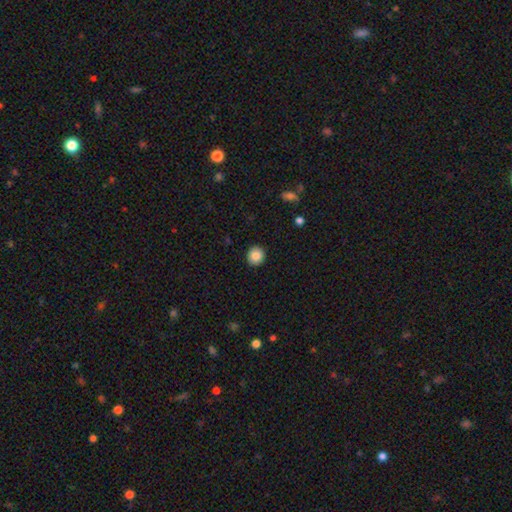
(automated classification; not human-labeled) A smooth galaxy with no disk features (87%) that is round (90%). Merging: none (92%).